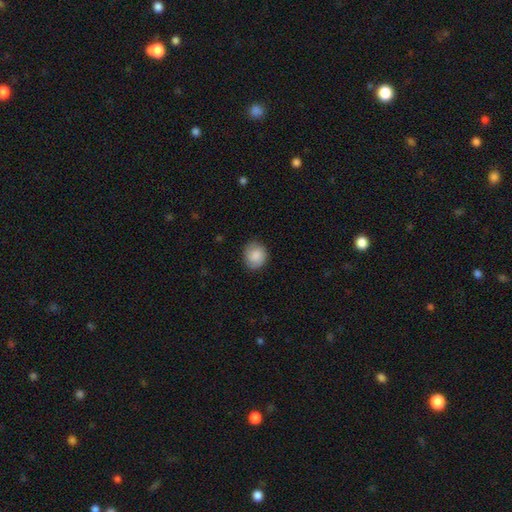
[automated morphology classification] Smooth or featured? smooth (84%)
How rounded? round (72%)
Merging? none (82%)